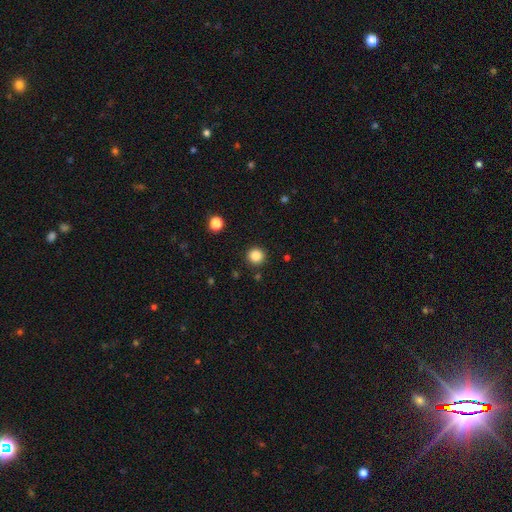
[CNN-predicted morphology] A smooth galaxy with no disk features (86%) that is round (94%). Merging: none (91%).